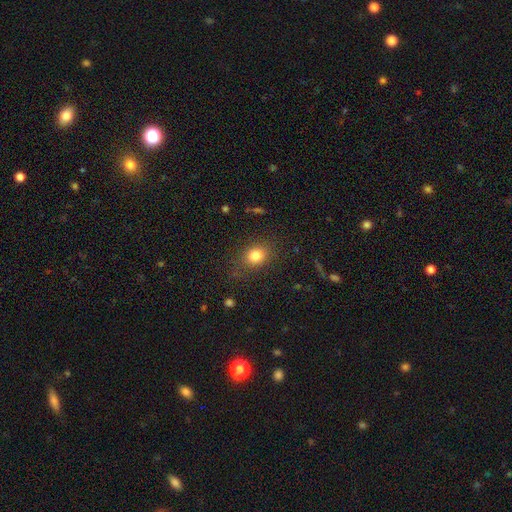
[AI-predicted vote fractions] The model was most divided on "how rounded": in between: 54%, round: 45%, cigar-shaped: 1%. More confident: smooth or featured — smooth (81%); merging — none (79%).